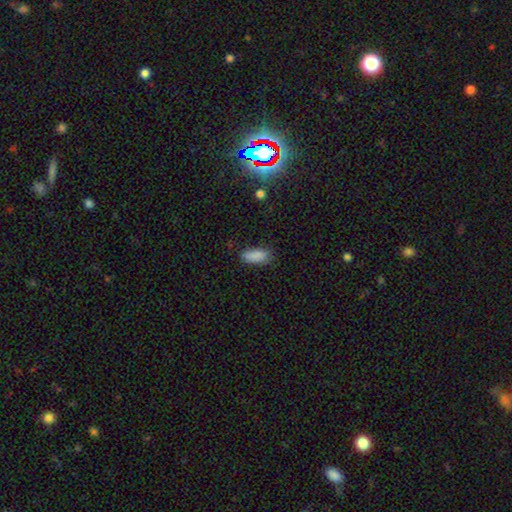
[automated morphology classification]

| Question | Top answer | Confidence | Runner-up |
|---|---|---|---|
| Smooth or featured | smooth | 86% | star or artifact (8%) |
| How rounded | in between | 82% | cigar-shaped (16%) |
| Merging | none | 74% | minor disturbance (20%) |